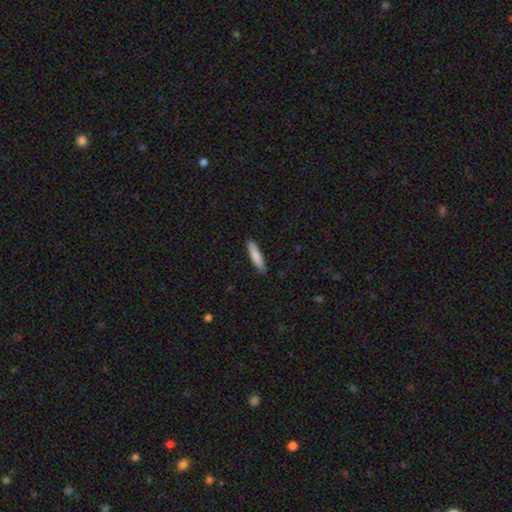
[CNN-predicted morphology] Smooth or featured? smooth (83%)
How rounded? cigar-shaped (86%)
Merging? none (88%)